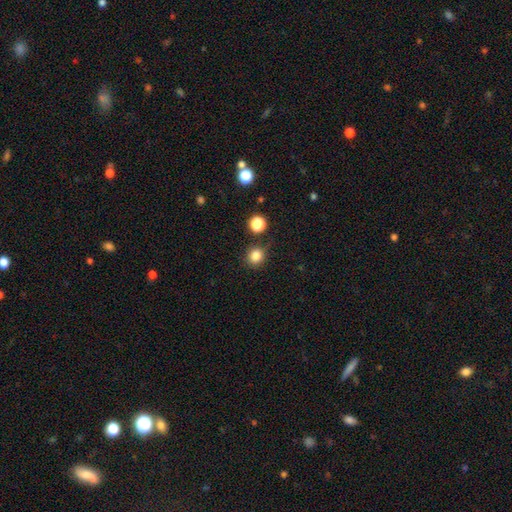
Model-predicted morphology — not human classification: Q: Smooth or featured?
A: smooth (83%); runner-up: star or artifact (13%)
Q: How rounded?
A: round (88%); runner-up: in between (11%)
Q: Merging?
A: none (83%); runner-up: minor disturbance (10%)